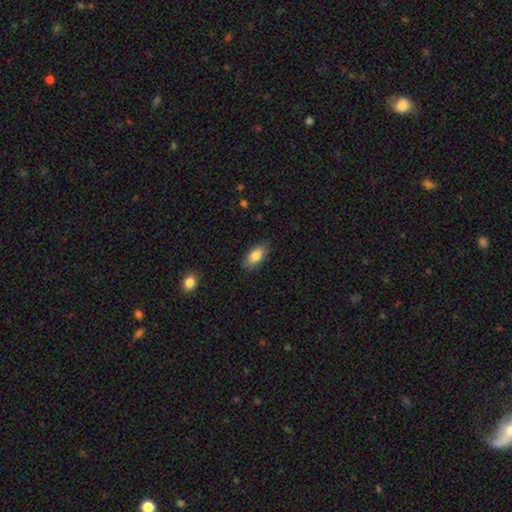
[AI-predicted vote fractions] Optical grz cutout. It shows a smooth galaxy with no disk features (84%) that is in between round and cigar-shaped (90%). Merging: none (86%).